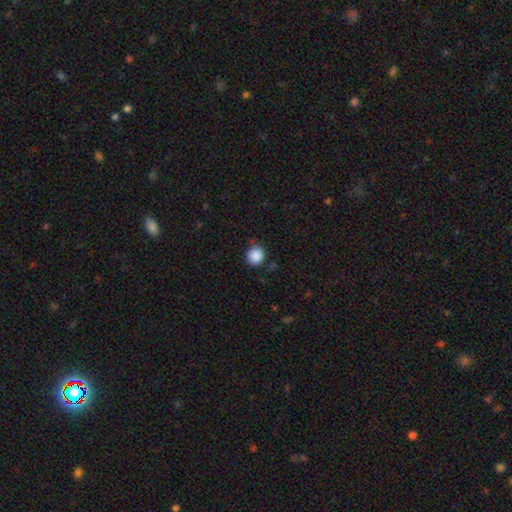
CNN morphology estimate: Smooth or featured? Predicted: smooth (p=0.88). How rounded? Predicted: round (p=0.86). Merging? Predicted: none (p=0.81).